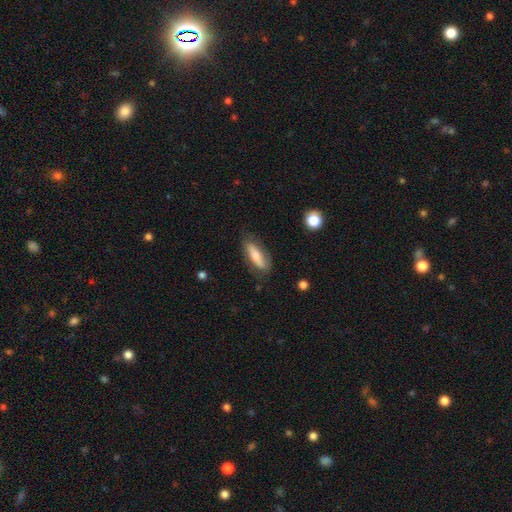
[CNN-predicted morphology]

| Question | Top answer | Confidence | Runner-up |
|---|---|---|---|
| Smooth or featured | smooth | 57% | featured or disk (37%) |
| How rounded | in between | 54% | cigar-shaped (43%) |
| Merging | none | 75% | minor disturbance (18%) |